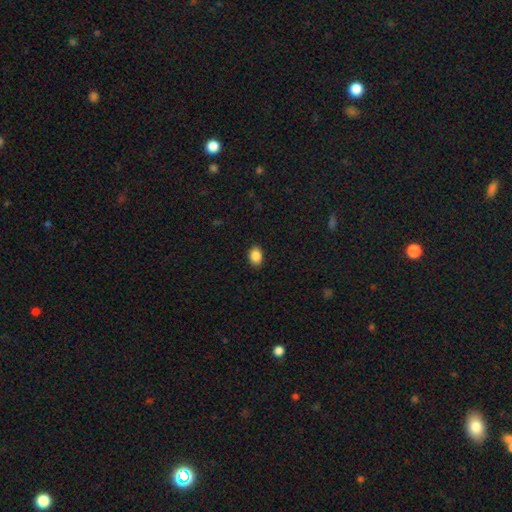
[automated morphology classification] This appears to be a smooth galaxy with no disk features (87%) that is in between round and cigar-shaped (73%). Merging: none (88%).